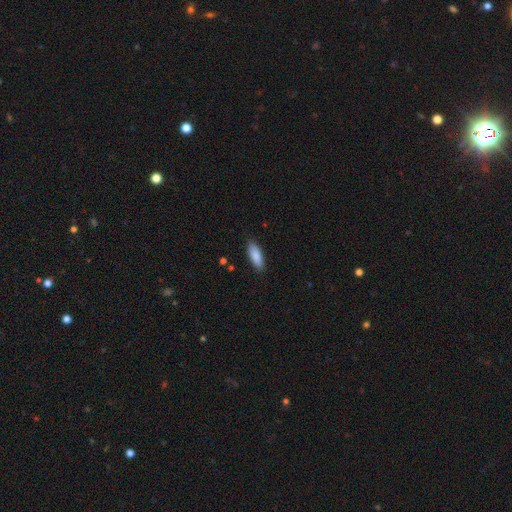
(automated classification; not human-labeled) smooth_or_featured: smooth (p=0.88) [alt: featured or disk p=0.07]
how_rounded: in between (p=0.66) [alt: cigar-shaped p=0.33]
merging: none (p=0.88) [alt: minor disturbance p=0.09]